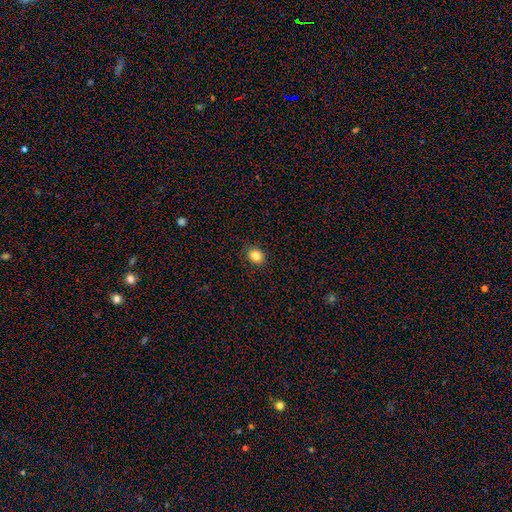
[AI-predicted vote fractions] This is clearly a smooth galaxy (83%). How rounded: likely round (61%). Merging: clearly none (88%).